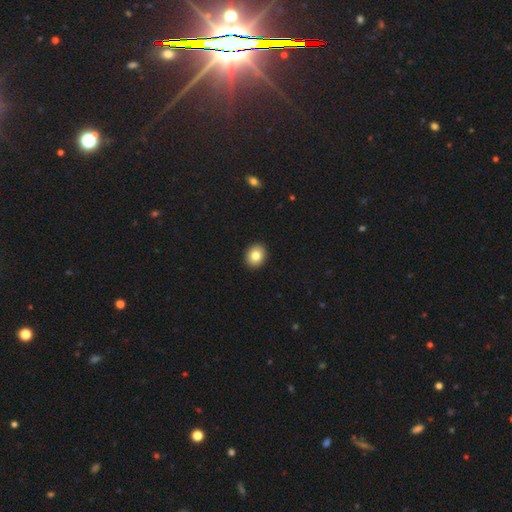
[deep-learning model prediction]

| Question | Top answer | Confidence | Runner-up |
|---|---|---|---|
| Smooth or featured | smooth | 82% | featured or disk (9%) |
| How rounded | round | 59% | in between (40%) |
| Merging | none | 93% | minor disturbance (5%) |